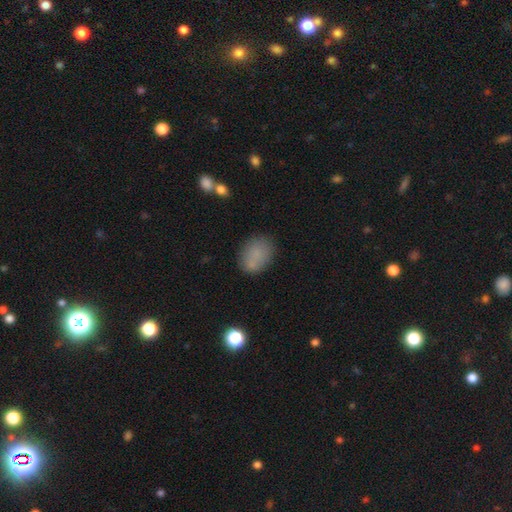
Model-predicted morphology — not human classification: Smooth or featured? smooth (81%)
How rounded? in between (75%)
Merging? none (74%)